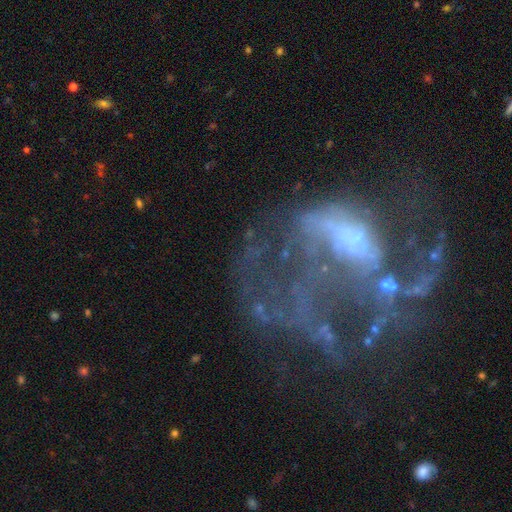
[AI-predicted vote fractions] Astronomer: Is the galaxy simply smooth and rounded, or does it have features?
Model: featured or disk — 71%.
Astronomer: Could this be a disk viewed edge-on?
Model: no — 97%.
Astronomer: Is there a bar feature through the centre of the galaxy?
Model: no — 67%.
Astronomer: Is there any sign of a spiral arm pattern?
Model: no — 54% (runner-up: yes, 46%).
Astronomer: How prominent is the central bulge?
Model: small — 37% (runner-up: none, 34%).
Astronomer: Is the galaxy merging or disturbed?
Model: major disturbance — 52%.